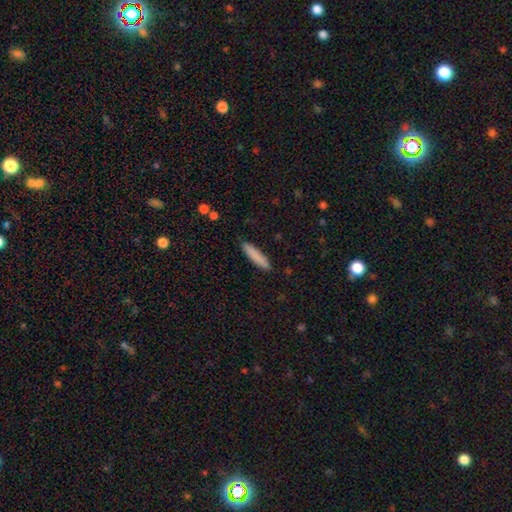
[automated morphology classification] A smooth galaxy with no disk features (85%) that is cigar-shaped (87%). Merging: none (89%).